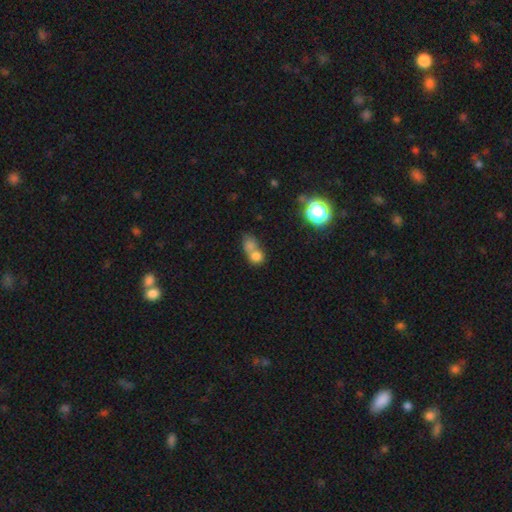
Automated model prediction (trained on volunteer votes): This is likely a smooth galaxy (66%). How rounded: likely round (68%). Merging: possibly merger (59%).